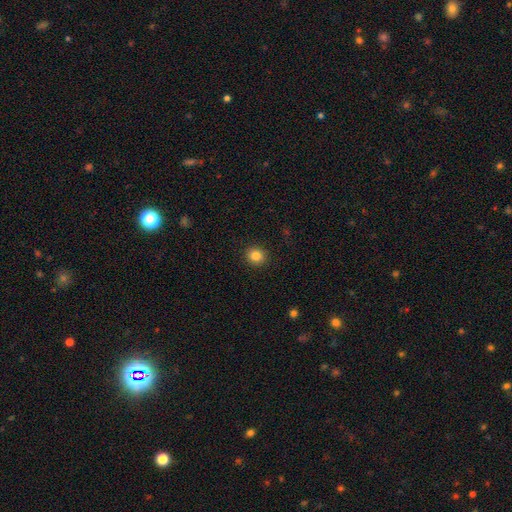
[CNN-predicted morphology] smooth 84%, star or artifact 11%, featured or disk 5%. Down the decision tree: how rounded — round (86%); merging — none (92%).